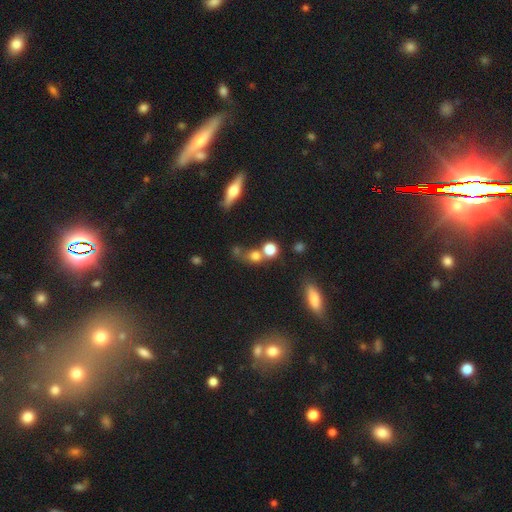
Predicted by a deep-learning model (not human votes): Smooth or featured: smooth — 70% (star or artifact — 18%)
How rounded: round — 76% (in between — 20%)
Merging: none — 45% (merger — 39%)